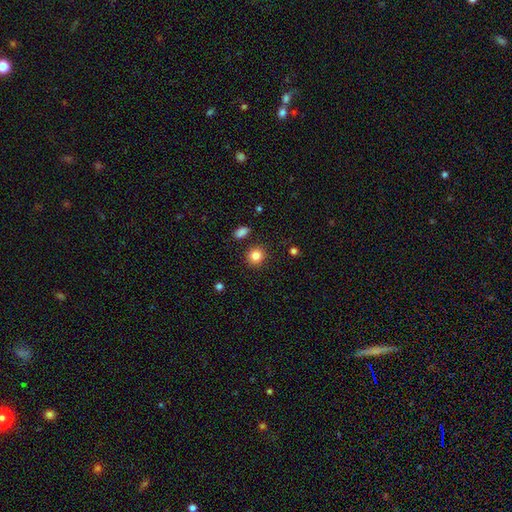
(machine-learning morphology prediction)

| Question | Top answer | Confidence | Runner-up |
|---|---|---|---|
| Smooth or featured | smooth | 84% | star or artifact (11%) |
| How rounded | round | 87% | in between (12%) |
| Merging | none | 88% | minor disturbance (7%) |